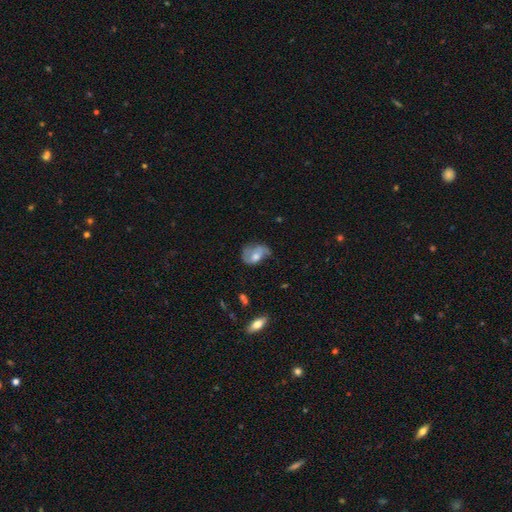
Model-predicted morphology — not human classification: Smooth or featured? smooth (46%)
Merging? none (35%)